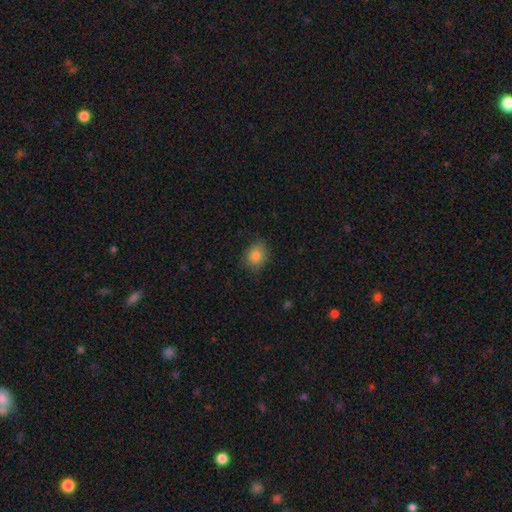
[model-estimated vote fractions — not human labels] smooth_or_featured: smooth (p=0.83) [alt: star or artifact p=0.09]
how_rounded: round (p=0.50) [alt: in between p=0.49]
merging: none (p=0.81) [alt: minor disturbance p=0.15]